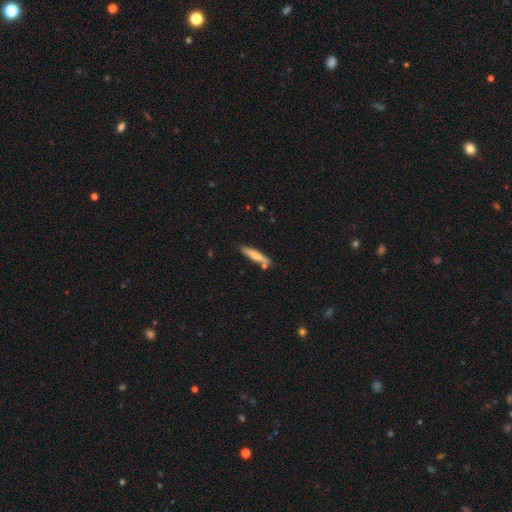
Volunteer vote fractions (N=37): Smooth or featured? 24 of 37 (65%) said smooth. How rounded? 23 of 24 (96%) said cigar-shaped. Merging? 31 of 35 (89%) said none.